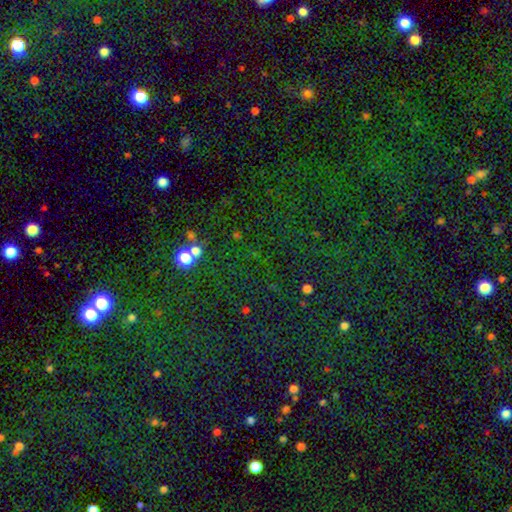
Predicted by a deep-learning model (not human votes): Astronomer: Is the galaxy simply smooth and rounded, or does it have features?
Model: star or artifact — 75%.